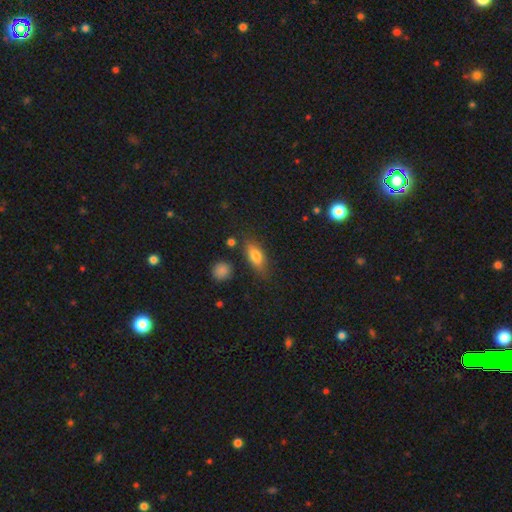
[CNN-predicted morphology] A smooth galaxy with no disk features (76%) that is in between round and cigar-shaped (75%).

Vote fractions:
- Smooth or featured? smooth: 76% / featured or disk: 16% / star or artifact: 8%
- How rounded? in between: 75% / cigar-shaped: 21% / round: 5%
- Merging? none: 77% / minor disturbance: 15% / major disturbance: 5% / merger: 3%